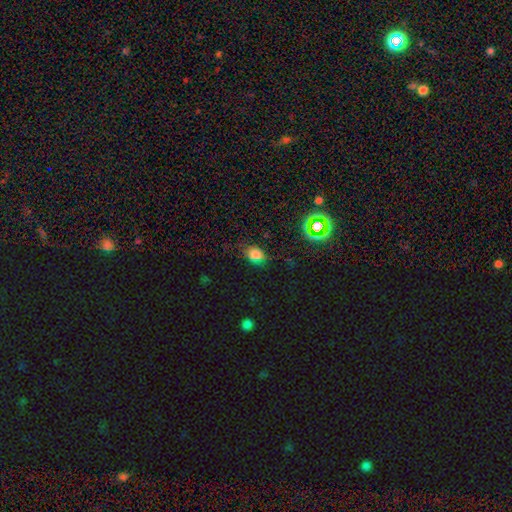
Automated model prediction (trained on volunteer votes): smooth-or-featured: smooth: 67% | star or artifact: 25% | featured or disk: 8%
  how-rounded: in between: 66% | round: 32% | cigar-shaped: 2%
  merging: none: 73% | minor disturbance: 18% | major disturbance: 6% | merger: 3%